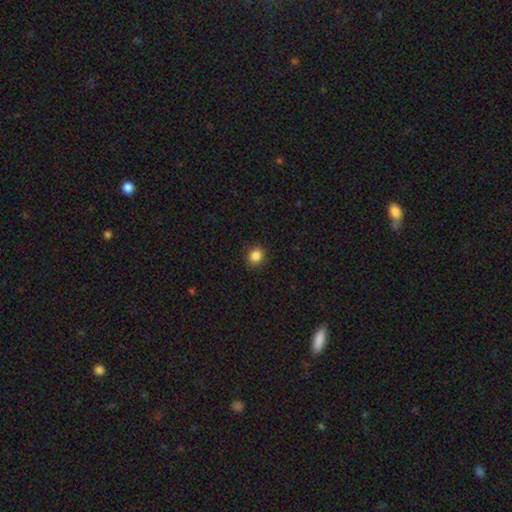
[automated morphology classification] This is clearly a smooth galaxy (86%). How rounded: likely round (75%). Merging: clearly none (90%).